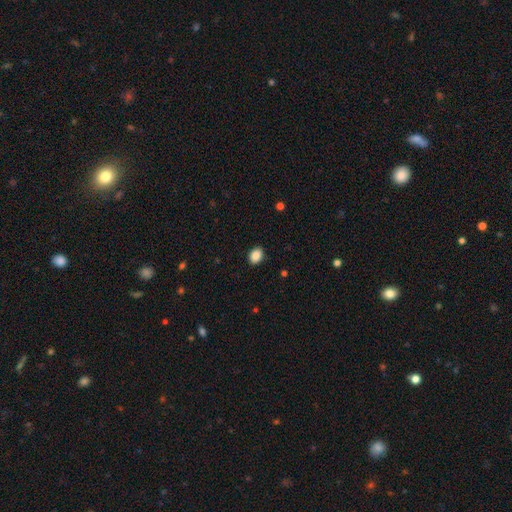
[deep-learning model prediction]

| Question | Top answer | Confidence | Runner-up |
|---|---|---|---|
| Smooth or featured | smooth | 88% | star or artifact (8%) |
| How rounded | in between | 68% | round (31%) |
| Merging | none | 90% | minor disturbance (7%) |